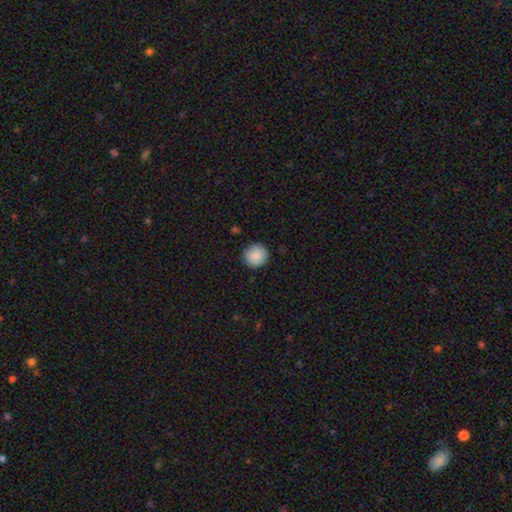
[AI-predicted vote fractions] Smooth or featured: smooth — 89% (star or artifact — 8%)
How rounded: round — 94% (in between — 5%)
Merging: none — 91% (minor disturbance — 7%)